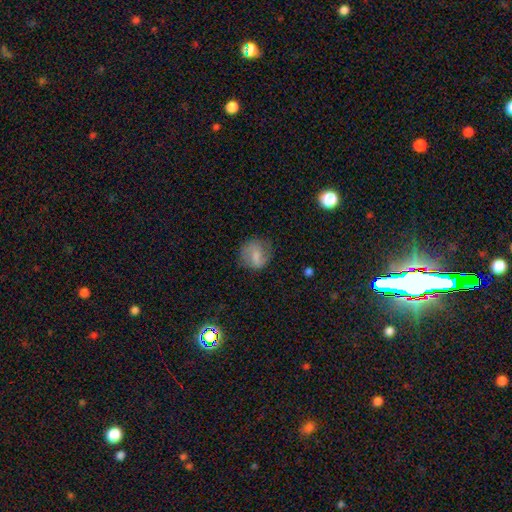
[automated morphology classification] A smooth galaxy with no disk features (62%) that is round (78%). Merging: none (70%).